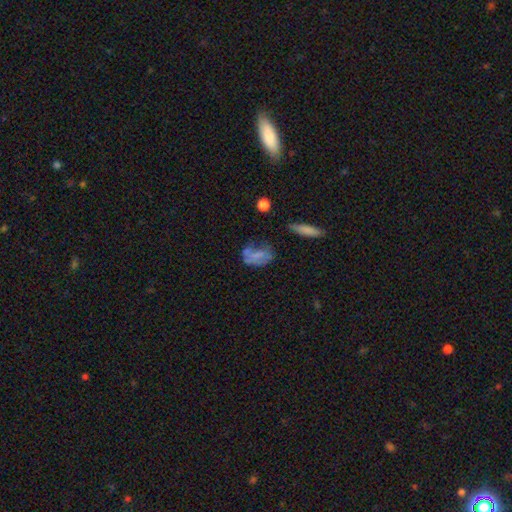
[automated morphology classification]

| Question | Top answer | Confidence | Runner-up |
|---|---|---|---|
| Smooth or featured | smooth | 54% | featured or disk (34%) |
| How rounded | in between | 79% | round (16%) |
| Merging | none | 38% | minor disturbance (27%) |